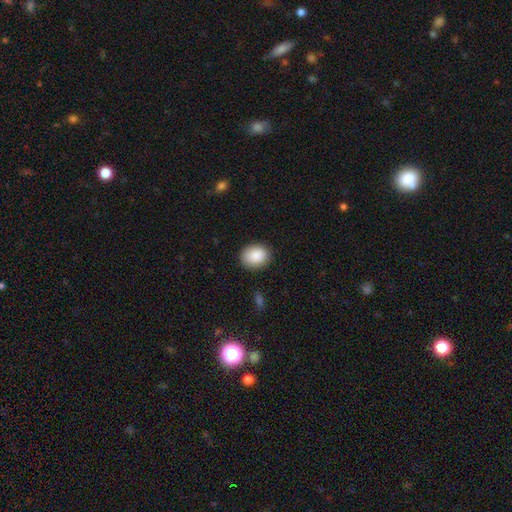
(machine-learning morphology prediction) A smooth galaxy with no disk features (88%) that is in between round and cigar-shaped (52%). Merging: none (87%).